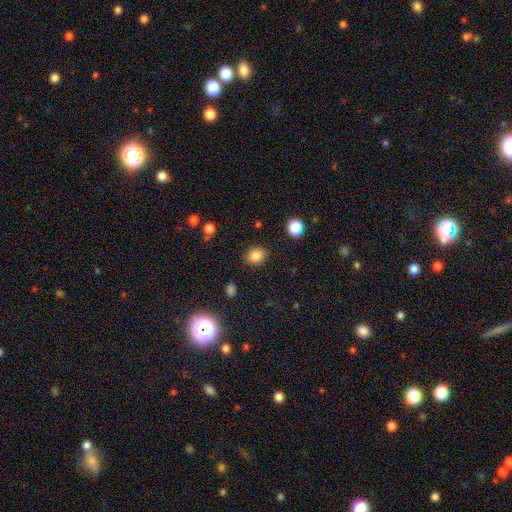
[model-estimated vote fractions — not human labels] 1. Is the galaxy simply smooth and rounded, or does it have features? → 84% smooth, 12% star or artifact, 5% featured or disk.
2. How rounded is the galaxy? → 52% round, 47% in between, 1% cigar-shaped.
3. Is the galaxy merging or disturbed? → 86% none, 9% minor disturbance, 3% major disturbance, 2% merger.